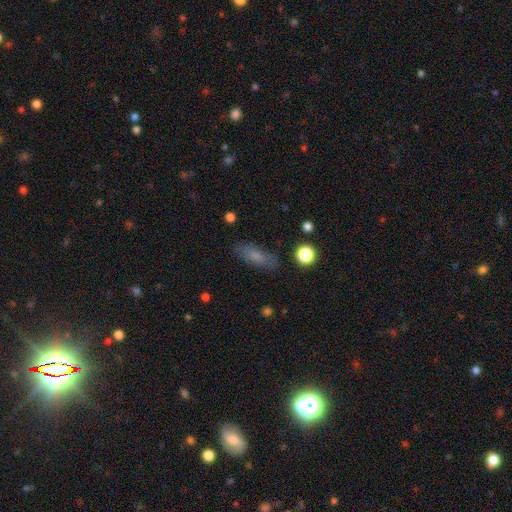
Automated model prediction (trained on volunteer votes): smooth-or-featured: smooth: 71% | featured or disk: 19% | star or artifact: 10%
  how-rounded: in between: 65% | cigar-shaped: 31% | round: 4%
  merging: none: 81% | minor disturbance: 13% | major disturbance: 4% | merger: 2%